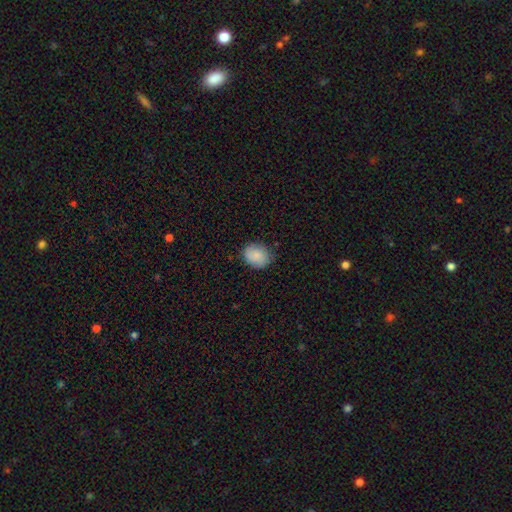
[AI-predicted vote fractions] Smooth or featured?
  - smooth: 87% *
  - star or artifact: 7%
  - featured or disk: 5%
How rounded?
  - round: 52% *
  - in between: 47%
  - cigar-shaped: 1%
Merging?
  - none: 79% *
  - minor disturbance: 17%
  - major disturbance: 3%
  - merger: 1%